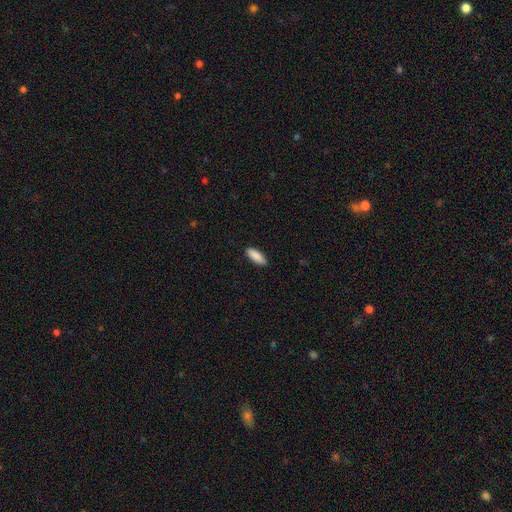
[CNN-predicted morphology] The model was most divided on "how rounded": in between: 75%, cigar-shaped: 23%, round: 2%. More confident: smooth or featured — smooth (90%); merging — none (89%).